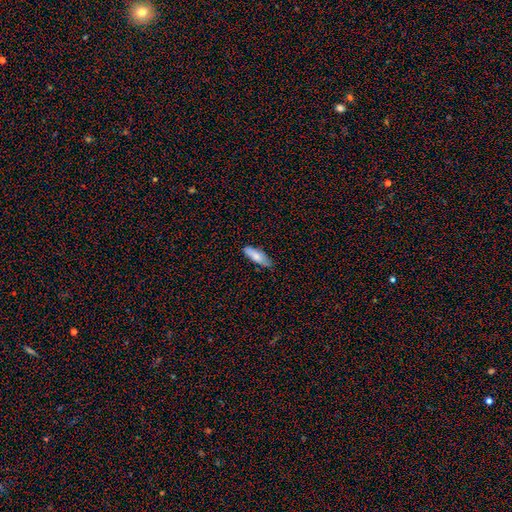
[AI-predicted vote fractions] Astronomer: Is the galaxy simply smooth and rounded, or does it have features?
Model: smooth — 78%.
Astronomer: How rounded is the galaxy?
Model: in between — 58% (runner-up: cigar-shaped, 40%).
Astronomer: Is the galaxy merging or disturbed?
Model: none — 76%.